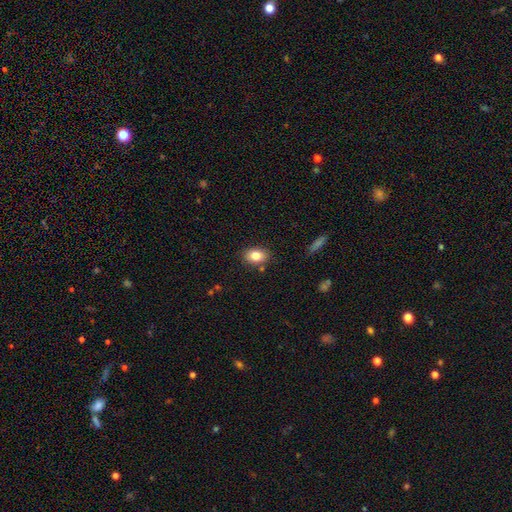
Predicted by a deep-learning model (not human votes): Morphology: type=smooth (82%); roundness=in between (78%); merging=none (83%).